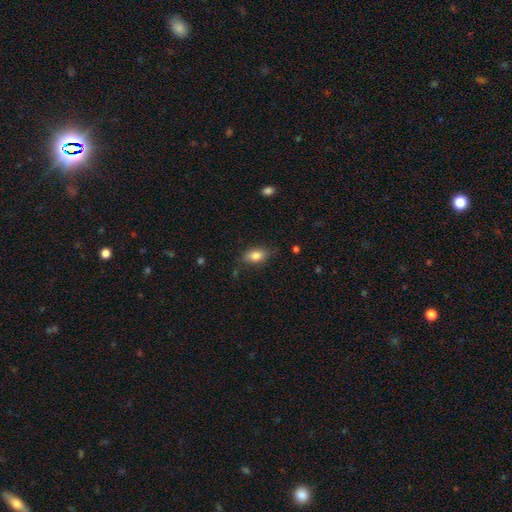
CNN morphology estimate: smooth 80%, featured or disk 12%, star or artifact 8%. Down the decision tree: how rounded — in between (84%); merging — none (75%).